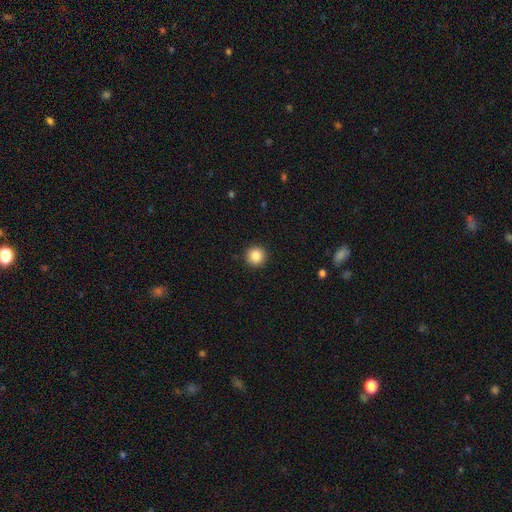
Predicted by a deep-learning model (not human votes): Q: Smooth or featured?
A: smooth (86%); runner-up: star or artifact (10%)
Q: How rounded?
A: round (95%); runner-up: in between (4%)
Q: Merging?
A: none (93%); runner-up: minor disturbance (5%)